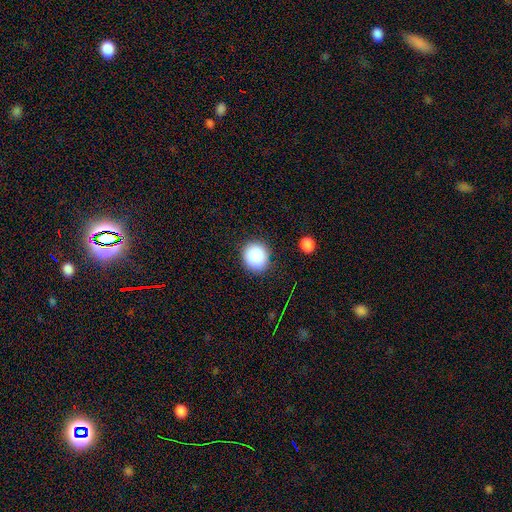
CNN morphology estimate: type=smooth (88%); roundness=round (78%); merging=none (86%).